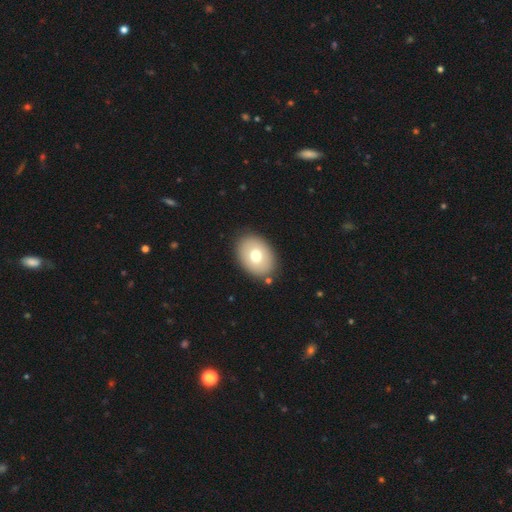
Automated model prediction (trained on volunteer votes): Q: Smooth or featured?
A: smooth (71%); runner-up: featured or disk (21%)
Q: How rounded?
A: in between (78%); runner-up: round (21%)
Q: Merging?
A: none (87%); runner-up: minor disturbance (8%)